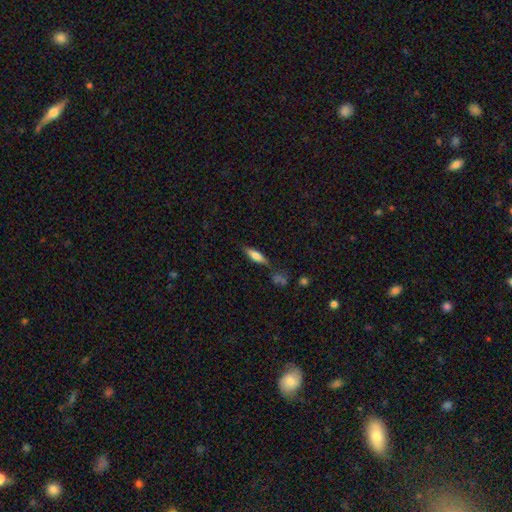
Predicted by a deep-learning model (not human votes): Smooth or featured: smooth — 65% (featured or disk — 28%)
How rounded: cigar-shaped — 51% (in between — 47%)
Merging: none — 74% (minor disturbance — 16%)